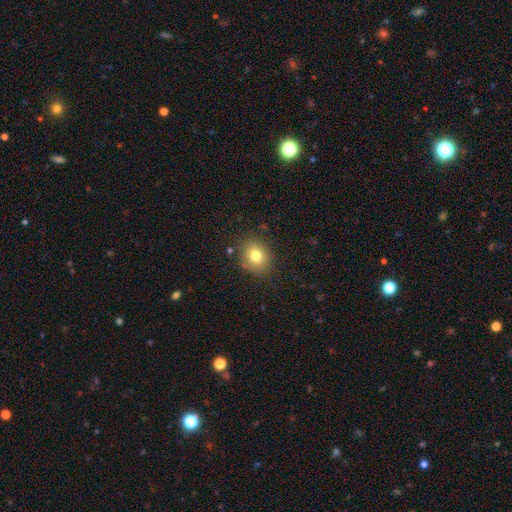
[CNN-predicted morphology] Q: Smooth or featured?
A: smooth (78%); runner-up: star or artifact (12%)
Q: How rounded?
A: round (65%); runner-up: in between (34%)
Q: Merging?
A: none (84%); runner-up: minor disturbance (11%)